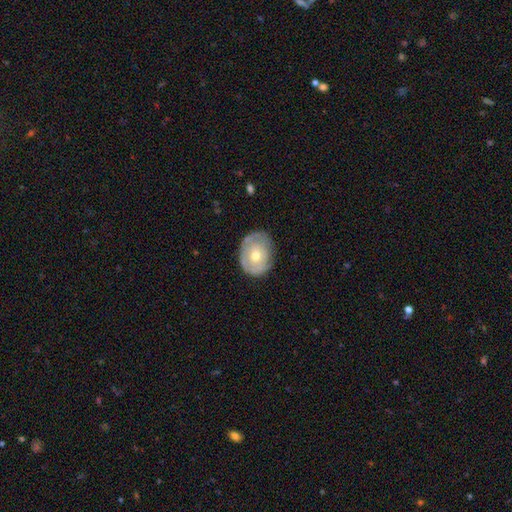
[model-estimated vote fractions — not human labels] Morphology: type=featured or disk (53%); edge-on=no (95%); bar=no (86%); spiral arms=no (50%, tied with yes); bulge=moderate (63%); merging=none (69%).